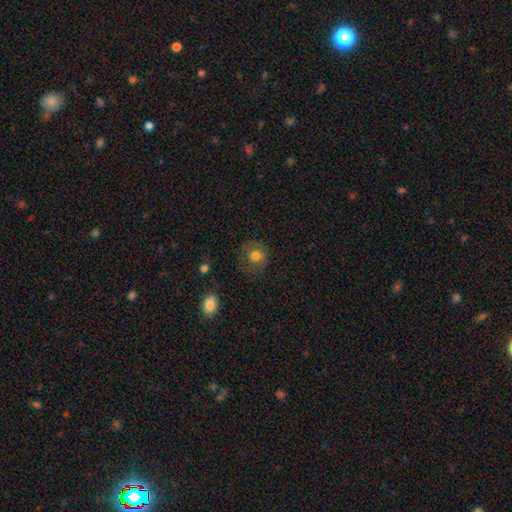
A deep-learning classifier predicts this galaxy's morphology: Overall: smooth (69%). How rounded: round (82%). Merging: none (68%).